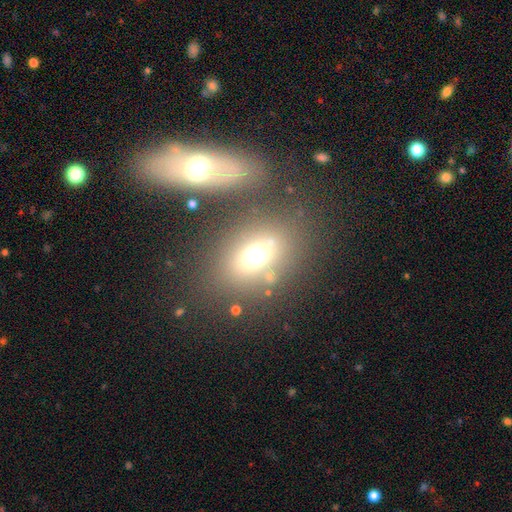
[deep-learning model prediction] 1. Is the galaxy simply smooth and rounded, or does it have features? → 64% smooth, 19% star or artifact, 17% featured or disk.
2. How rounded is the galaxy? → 61% in between, 37% round, 2% cigar-shaped.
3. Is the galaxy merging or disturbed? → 68% none, 14% merger, 11% minor disturbance, 7% major disturbance.